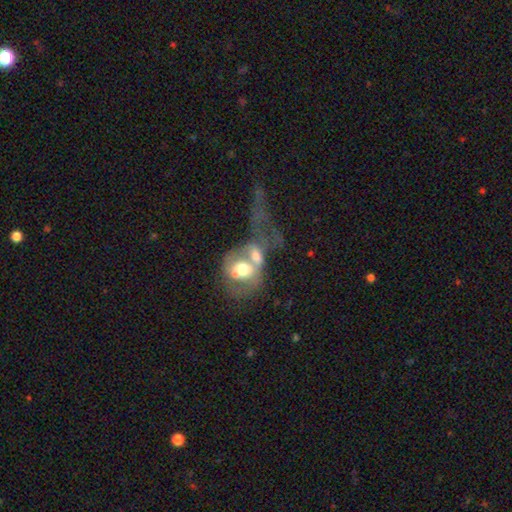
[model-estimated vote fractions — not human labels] smooth-or-featured: featured or disk: 54% | smooth: 37% | star or artifact: 9%
  disk-edge-on: no: 93% | yes: 7%
    bar: no: 67% | weak: 21% | strong: 12%
    has-spiral-arms: no: 66% | yes: 34%
    bulge-size: moderate: 55% | large: 30% | small: 8% | dominant: 5% | none: 3%
  merging: merger: 66% | major disturbance: 19% | none: 10% | minor disturbance: 6%